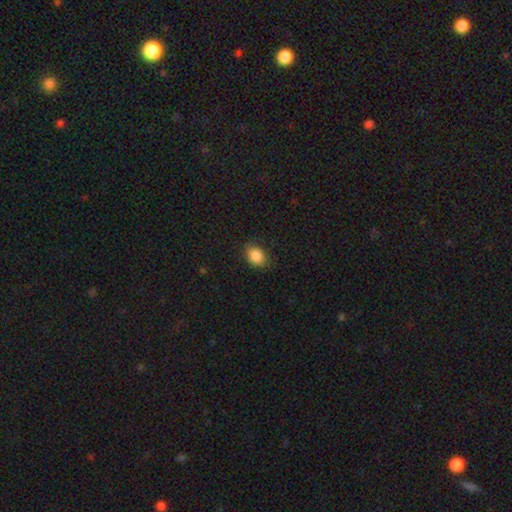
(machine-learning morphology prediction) Q: Smooth or featured?
A: smooth (87%); runner-up: star or artifact (9%)
Q: How rounded?
A: in between (64%); runner-up: round (35%)
Q: Merging?
A: none (83%); runner-up: minor disturbance (13%)